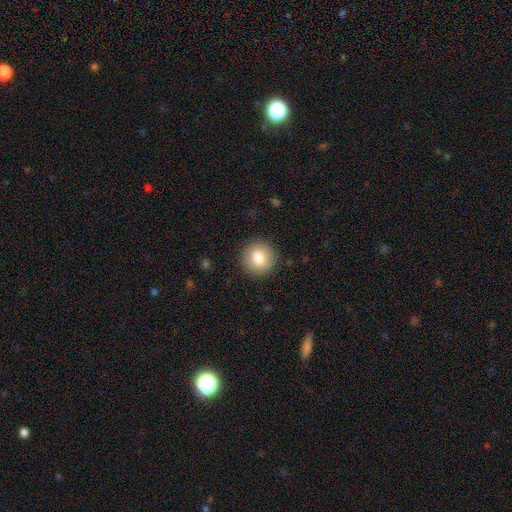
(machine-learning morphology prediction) smooth_or_featured: smooth (p=0.84) [alt: star or artifact p=0.08]
how_rounded: round (p=0.93) [alt: in between p=0.06]
merging: none (p=0.90) [alt: minor disturbance p=0.07]